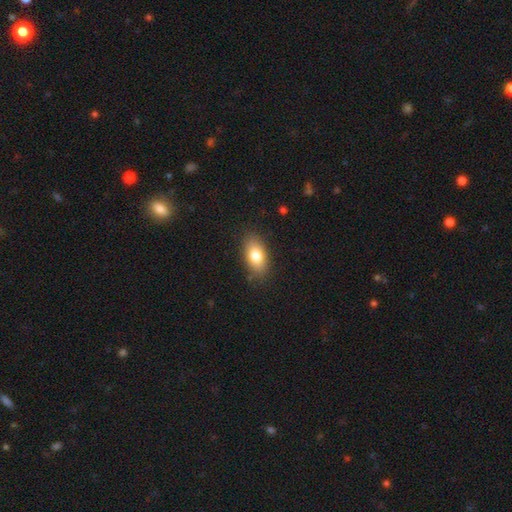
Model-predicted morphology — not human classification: A smooth galaxy with no disk features (79%) that is in between round and cigar-shaped (89%).

Vote fractions:
- Smooth or featured? smooth: 79% / featured or disk: 14% / star or artifact: 8%
- How rounded? in between: 89% / round: 6% / cigar-shaped: 5%
- Merging? none: 85% / minor disturbance: 11% / major disturbance: 3% / merger: 1%